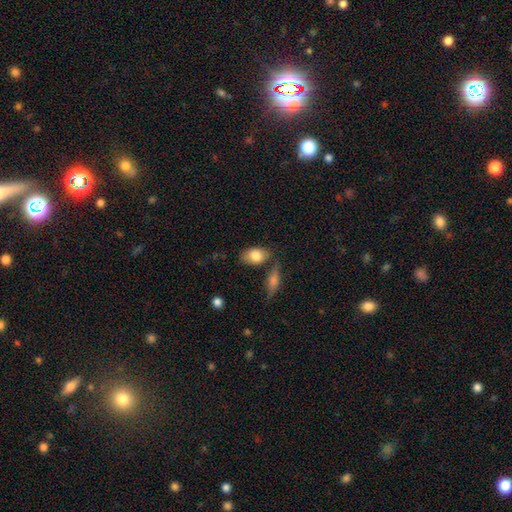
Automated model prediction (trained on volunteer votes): A smooth galaxy with no disk features (80%) that is in between round and cigar-shaped (87%). Merging: none (68%).